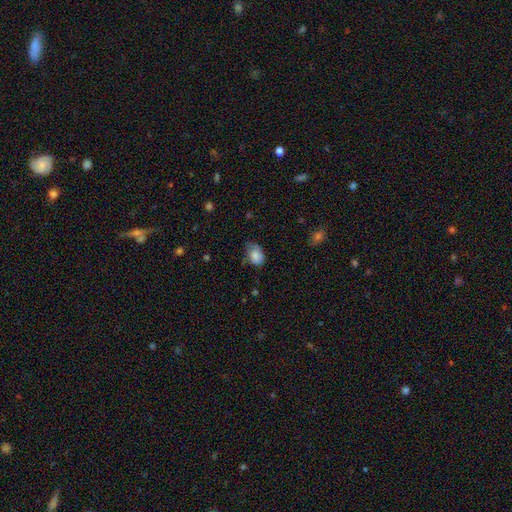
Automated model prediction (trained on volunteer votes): A smooth galaxy with no disk features (80%) that is in between round and cigar-shaped (79%). Merging: none (45%).